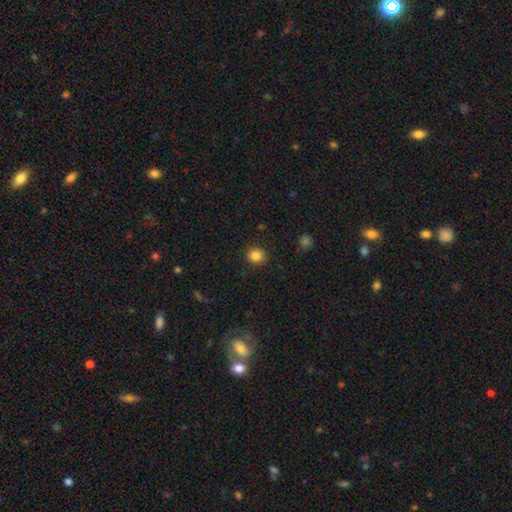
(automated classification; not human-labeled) smooth_or_featured: smooth (p=0.84) [alt: star or artifact p=0.11]
how_rounded: round (p=0.89) [alt: in between p=0.11]
merging: none (p=0.91) [alt: minor disturbance p=0.06]